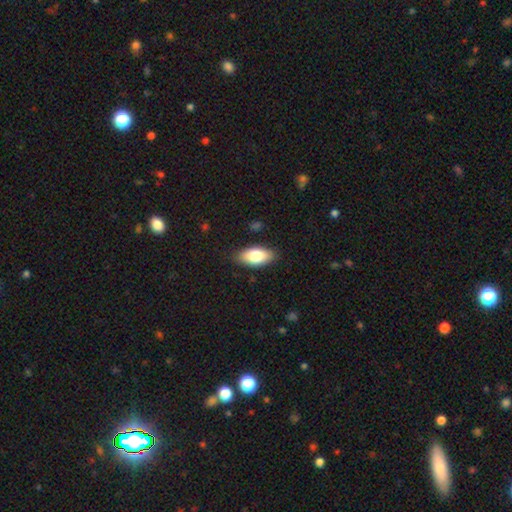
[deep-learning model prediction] smooth 81%, featured or disk 13%, star or artifact 6%. Down the decision tree: how rounded — in between (91%); merging — none (85%).